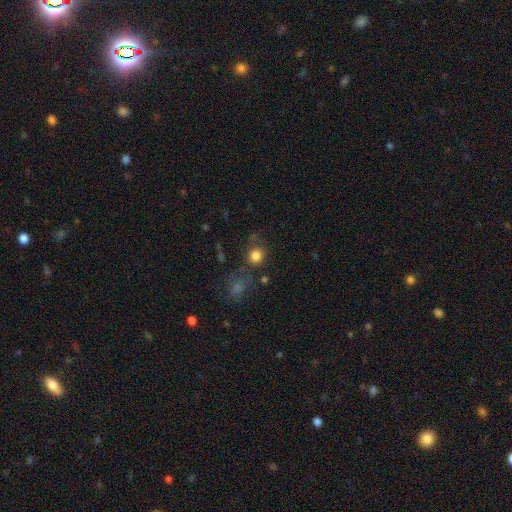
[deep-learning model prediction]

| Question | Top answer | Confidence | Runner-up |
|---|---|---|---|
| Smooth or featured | smooth | 82% | star or artifact (12%) |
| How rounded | round | 80% | in between (19%) |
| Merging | none | 71% | minor disturbance (14%) |